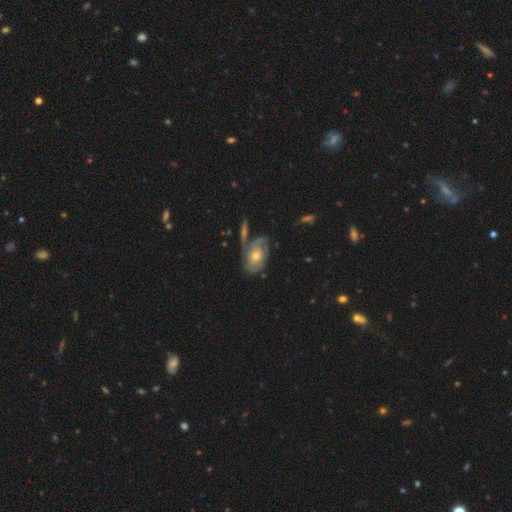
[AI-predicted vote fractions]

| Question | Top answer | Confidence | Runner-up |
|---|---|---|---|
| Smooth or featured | featured or disk | 74% | smooth (19%) |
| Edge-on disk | no | 95% | yes (5%) |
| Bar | no | 77% | weak (19%) |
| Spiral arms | yes | 87% | no (13%) |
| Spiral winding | tight | 60% | medium (30%) |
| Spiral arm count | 2 | 36% | can't tell (33%) |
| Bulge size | moderate | 66% | small (27%) |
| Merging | none | 55% | minor disturbance (19%) |